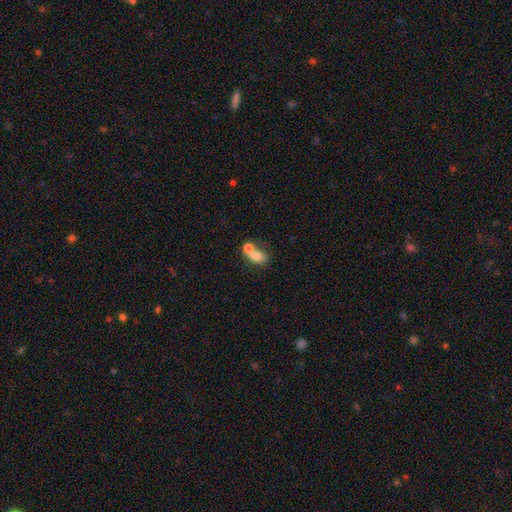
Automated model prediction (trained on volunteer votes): Smooth or featured?
  - smooth: 72% *
  - featured or disk: 18%
  - star or artifact: 9%
How rounded?
  - in between: 59% *
  - round: 40%
  - cigar-shaped: 1%
Merging?
  - merger: 63% *
  - none: 25%
  - minor disturbance: 8%
  - major disturbance: 4%